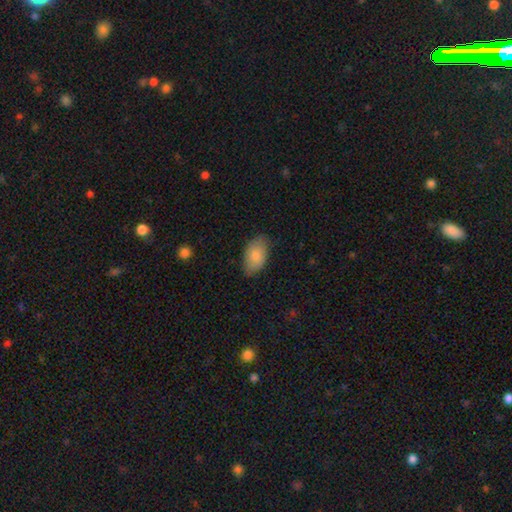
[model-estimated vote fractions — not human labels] The model was most divided on "merging": none: 76%, minor disturbance: 19%, major disturbance: 3%, merger: 1%. More confident: how rounded — in between (94%); smooth or featured — smooth (84%).